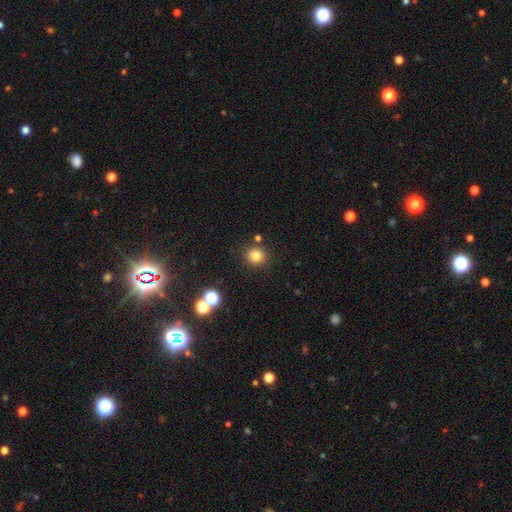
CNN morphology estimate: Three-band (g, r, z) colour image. It shows a smooth galaxy with no disk features (80%) that is round (91%). Merging: none (86%).